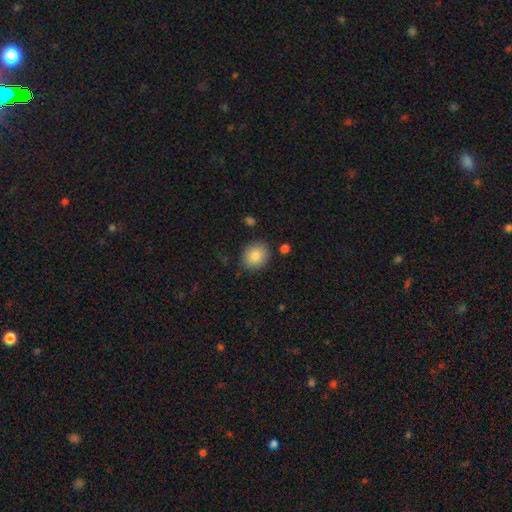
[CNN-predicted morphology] smooth_or_featured: smooth (p=0.86) [alt: star or artifact p=0.08]
how_rounded: round (p=0.72) [alt: in between p=0.27]
merging: none (p=0.84) [alt: minor disturbance p=0.10]